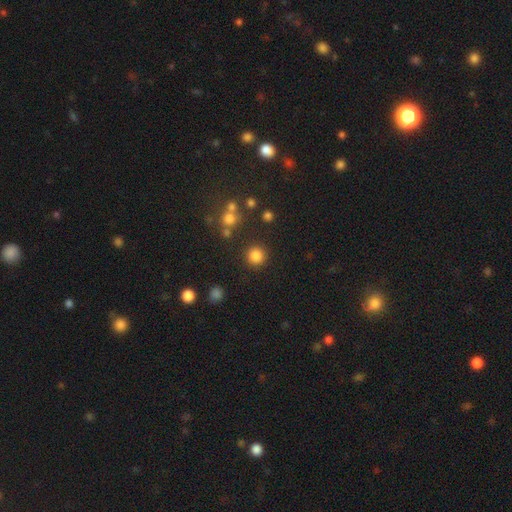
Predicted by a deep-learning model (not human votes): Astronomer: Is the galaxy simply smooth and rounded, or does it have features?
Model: smooth — 83%.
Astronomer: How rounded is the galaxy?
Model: round — 94%.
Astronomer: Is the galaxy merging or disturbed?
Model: none — 88%.